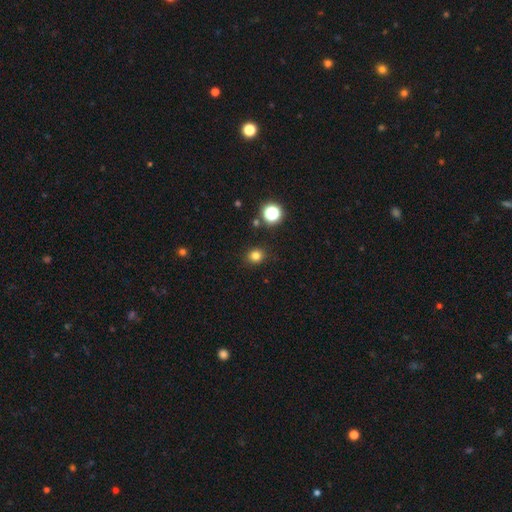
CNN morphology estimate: Smooth or featured?
  - smooth: 80% *
  - star or artifact: 15%
  - featured or disk: 5%
How rounded?
  - round: 77% *
  - in between: 22%
  - cigar-shaped: 1%
Merging?
  - none: 88% *
  - minor disturbance: 7%
  - major disturbance: 2%
  - merger: 2%